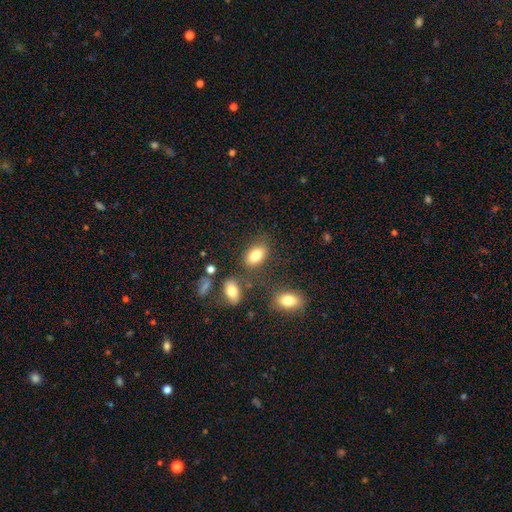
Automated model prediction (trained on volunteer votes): Q: Smooth or featured?
A: smooth (82%); runner-up: star or artifact (9%)
Q: How rounded?
A: in between (87%); runner-up: round (11%)
Q: Merging?
A: none (70%); runner-up: minor disturbance (15%)